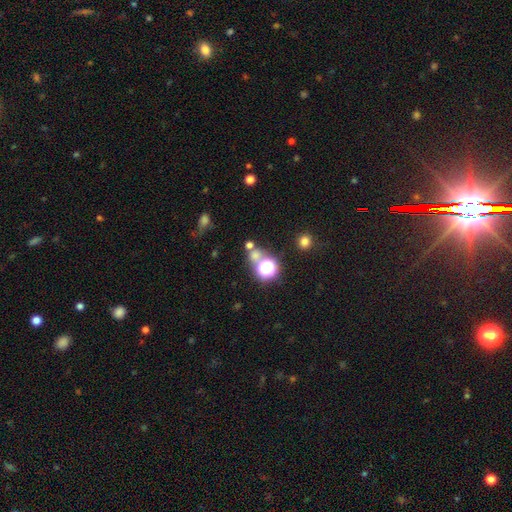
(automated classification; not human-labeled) Morphology: type=smooth (47%); merging=none (60%).